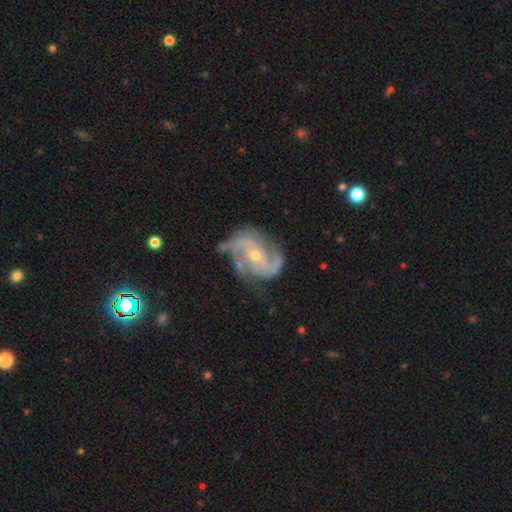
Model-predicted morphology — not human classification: smooth-or-featured: featured or disk: 91% | star or artifact: 5% | smooth: 4%
  disk-edge-on: no: 98% | yes: 2%
    bar: no: 59% | weak: 29% | strong: 11%
    has-spiral-arms: yes: 98% | no: 2%
      spiral-winding: medium: 53% | tight: 32% | loose: 16%
      spiral-arm-count: 2: 62% | 3: 20% | can't tell: 7% | 4: 4% | 1: 3% | more than 4: 3%
    bulge-size: small: 62% | moderate: 35% | large: 1% | none: 1% | dominant: 1%
  merging: none: 67% | minor disturbance: 22% | major disturbance: 9% | merger: 2%